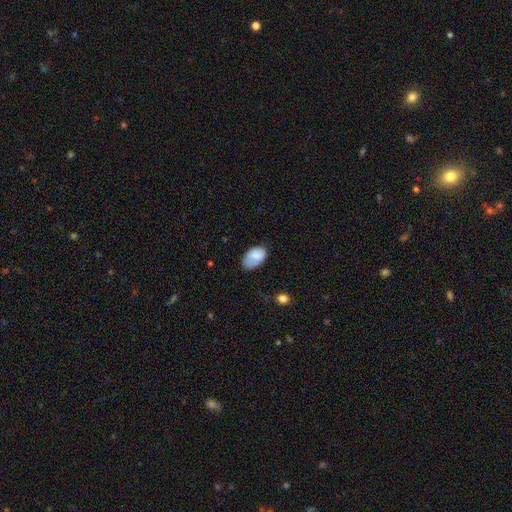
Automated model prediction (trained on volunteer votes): Q: Smooth or featured?
A: smooth (81%); runner-up: featured or disk (12%)
Q: How rounded?
A: in between (92%); runner-up: round (7%)
Q: Merging?
A: none (60%); runner-up: minor disturbance (29%)